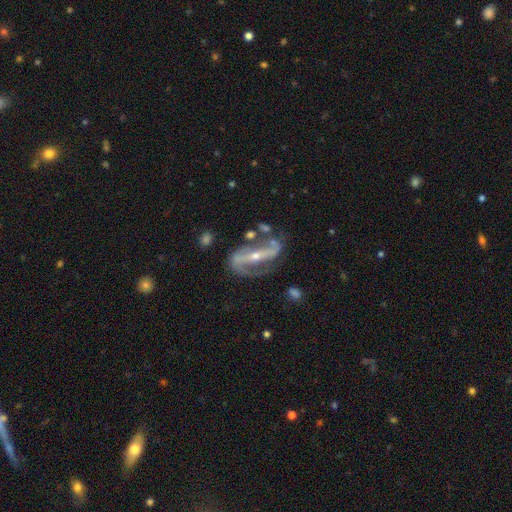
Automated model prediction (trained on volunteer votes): smooth-or-featured: featured or disk: 89% | star or artifact: 6% | smooth: 5%
  disk-edge-on: no: 89% | yes: 11%
    bar: strong: 71% | weak: 16% | no: 13%
    has-spiral-arms: yes: 92% | no: 8%
      spiral-winding: medium: 41% | loose: 37% | tight: 22%
      spiral-arm-count: 2: 89% | can't tell: 4% | 1: 3% | 3: 1% | 4: 1% | more than 4: 1%
    bulge-size: small: 63% | moderate: 33% | none: 1% | large: 1% | dominant: 1%
  merging: none: 63% | minor disturbance: 19% | major disturbance: 12% | merger: 6%